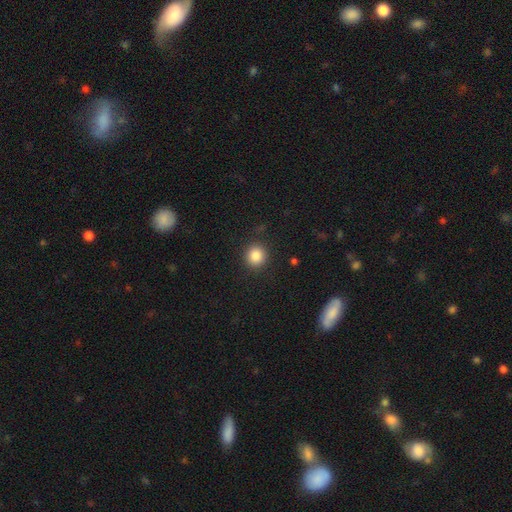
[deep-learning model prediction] Smooth or featured? Predicted: smooth (p=0.86). How rounded? Predicted: round (p=0.90). Merging? Predicted: none (p=0.90).